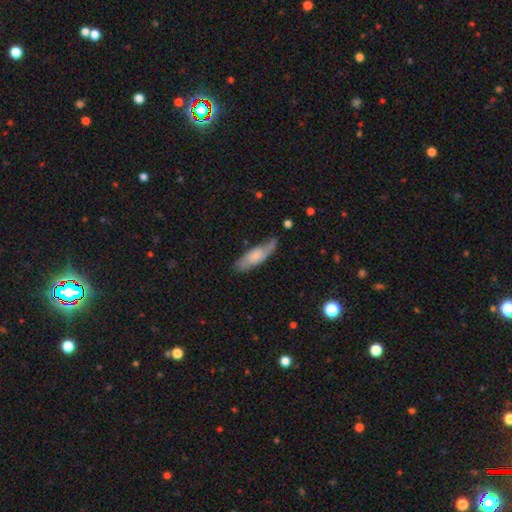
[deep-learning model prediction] Smooth or featured?
  - smooth: 52% *
  - featured or disk: 42%
  - star or artifact: 6%
How rounded?
  - in between: 55% *
  - cigar-shaped: 43%
  - round: 2%
Merging?
  - none: 58% *
  - minor disturbance: 29%
  - major disturbance: 10%
  - merger: 3%